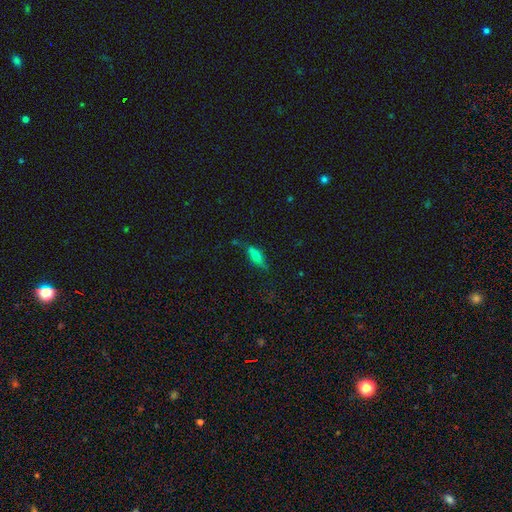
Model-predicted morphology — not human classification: smooth 58%, featured or disk 31%, star or artifact 11%. Down the decision tree: how rounded — in between (59%); merging — none (66%).